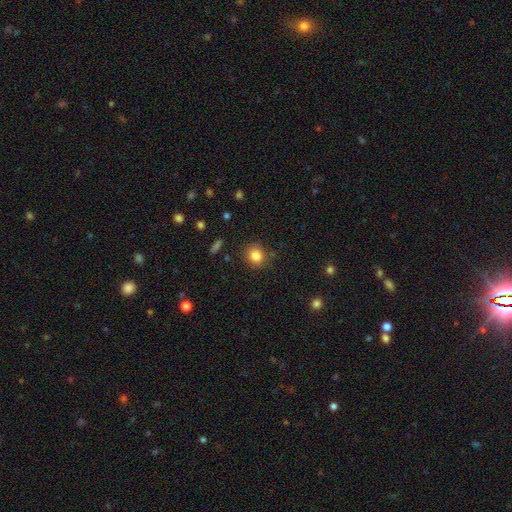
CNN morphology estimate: smooth-or-featured: smooth: 84% | star or artifact: 11% | featured or disk: 5%
  how-rounded: round: 82% | in between: 17% | cigar-shaped: 1%
  merging: none: 84% | minor disturbance: 11% | major disturbance: 3% | merger: 2%